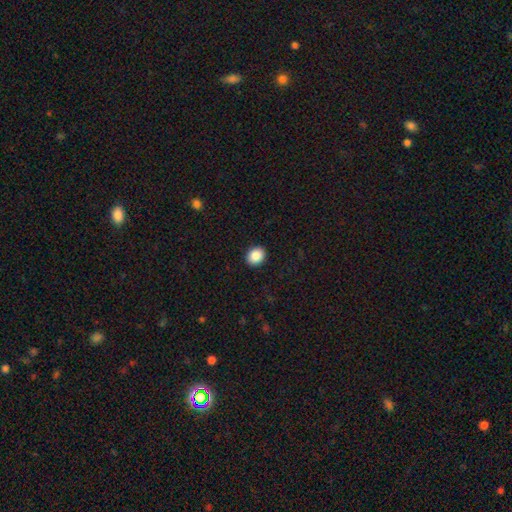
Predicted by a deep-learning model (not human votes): Overall: smooth (88%). How rounded: round (60%; in between 39%). Merging: none (92%).